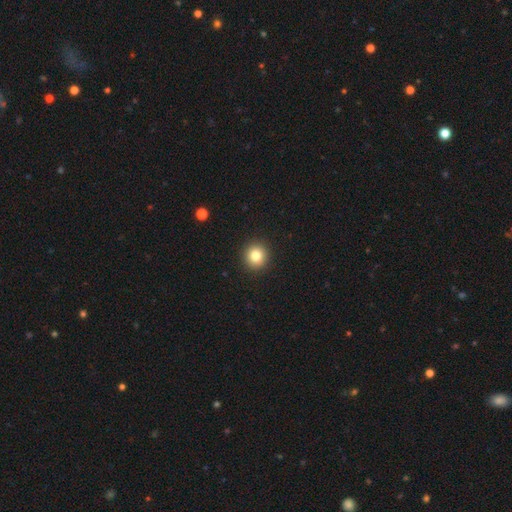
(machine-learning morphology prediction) Smooth or featured: smooth — 83% (star or artifact — 11%)
How rounded: round — 93% (in between — 6%)
Merging: none — 93% (minor disturbance — 5%)